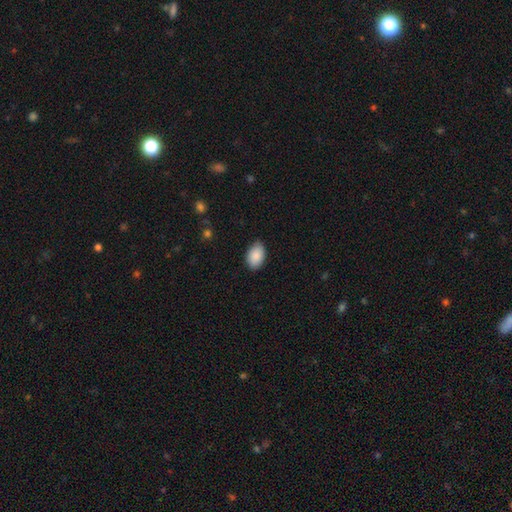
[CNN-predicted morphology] Overall: smooth (90%). How rounded: in between (91%). Merging: none (85%).